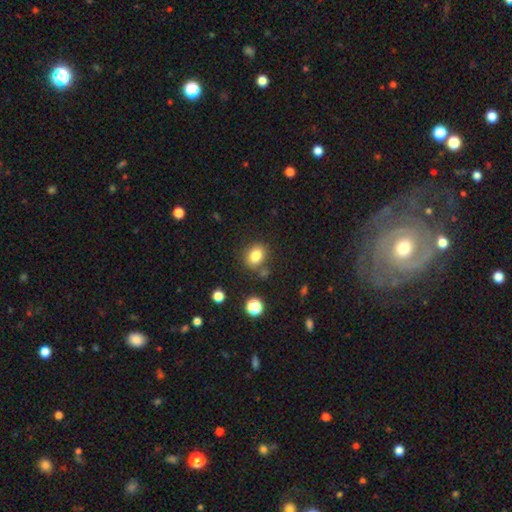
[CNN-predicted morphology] This appears to be a smooth galaxy with no disk features (82%) that is in between round and cigar-shaped (55%). Merging: none (77%).